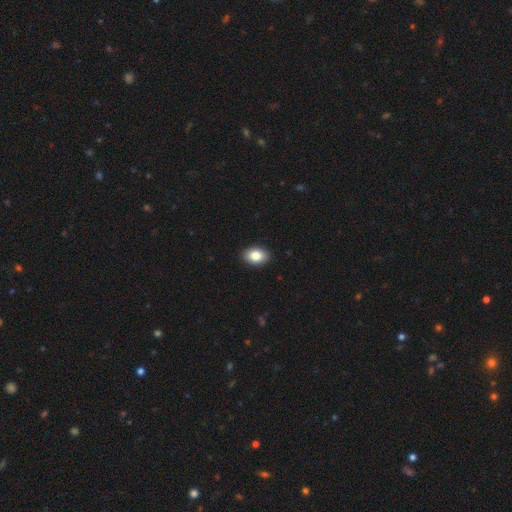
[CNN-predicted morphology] This appears to be a smooth galaxy with no disk features (85%) that is in between round and cigar-shaped (84%). Merging: none (90%).